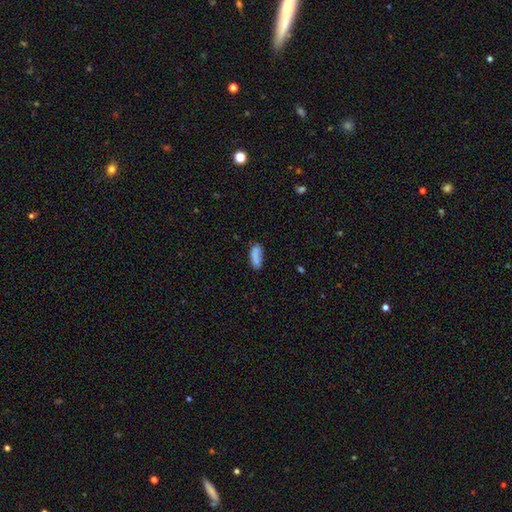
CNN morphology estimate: type=smooth (79%); roundness=in between (79%); merging=none (58%).